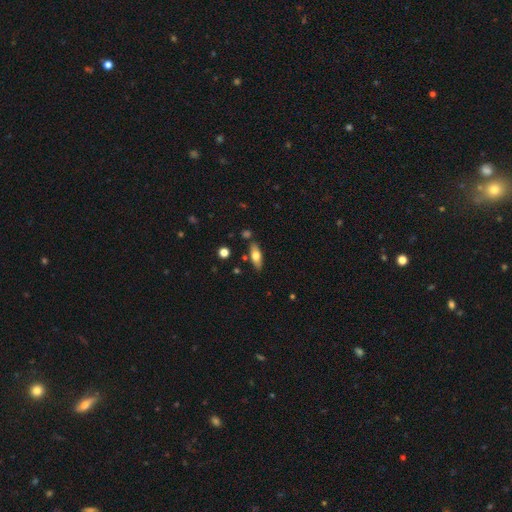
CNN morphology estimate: Overall: smooth (62%; featured or disk 31%). How rounded: in between (65%; cigar-shaped 32%). Merging: none (81%).